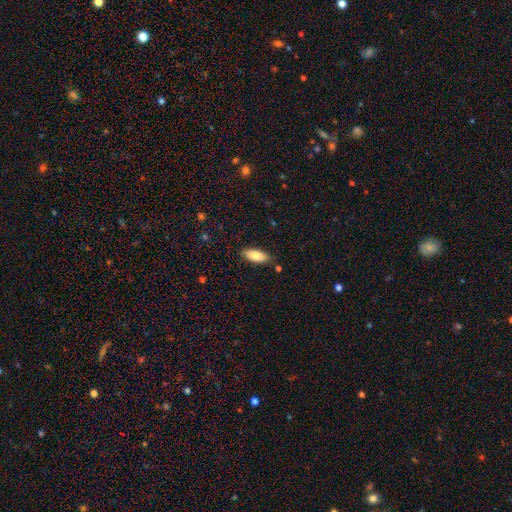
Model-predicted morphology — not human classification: type=smooth (83%); roundness=in between (77%); merging=none (85%).